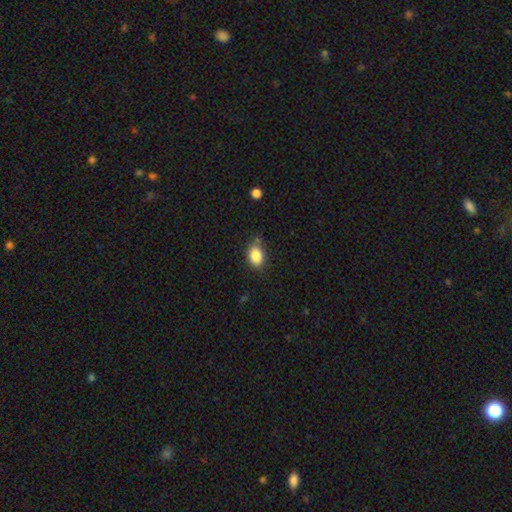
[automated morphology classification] Smooth or featured? Predicted: smooth (p=0.86). How rounded? Predicted: in between (p=0.80). Merging? Predicted: none (p=0.76).